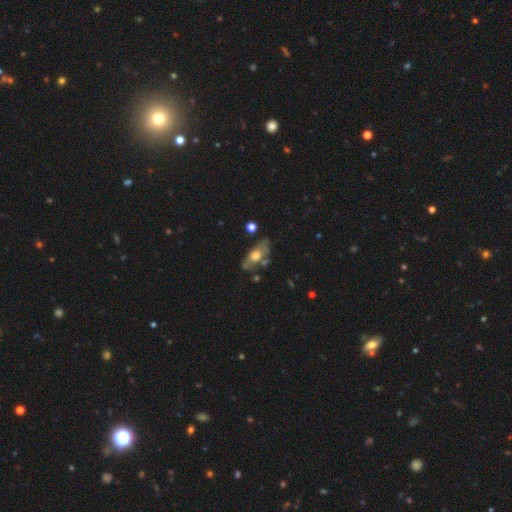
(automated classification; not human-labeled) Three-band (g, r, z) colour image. It shows a smooth galaxy with no disk features (47%). Merging: none (55%).